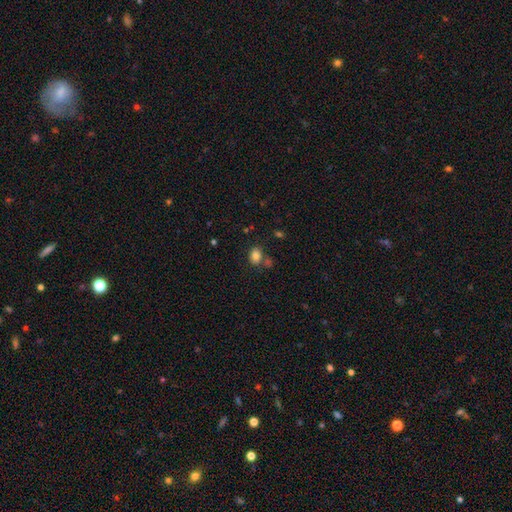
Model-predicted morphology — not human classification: smooth 83%, star or artifact 11%, featured or disk 6%. Down the decision tree: how rounded — in between (68%); merging — none (63%).